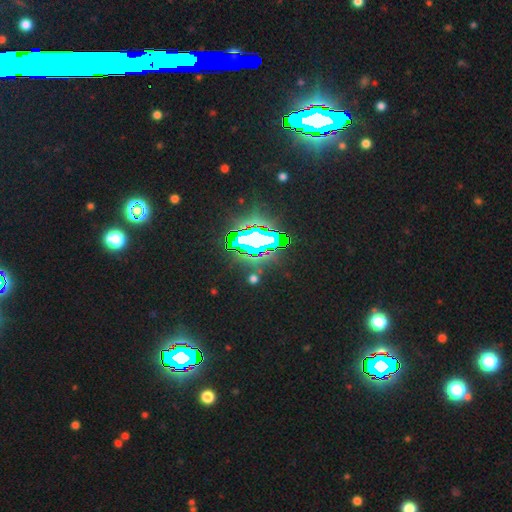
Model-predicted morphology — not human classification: smooth_or_featured: star or artifact (p=0.83) [alt: smooth p=0.09]